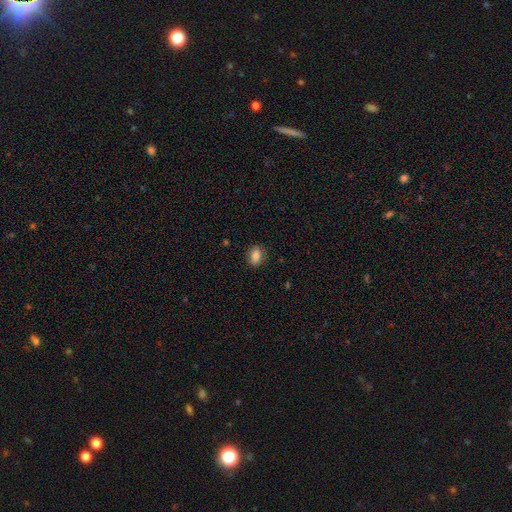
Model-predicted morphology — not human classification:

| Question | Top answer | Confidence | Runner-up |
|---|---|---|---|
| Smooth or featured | smooth | 82% | featured or disk (9%) |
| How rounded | in between | 76% | round (21%) |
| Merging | none | 85% | minor disturbance (11%) |